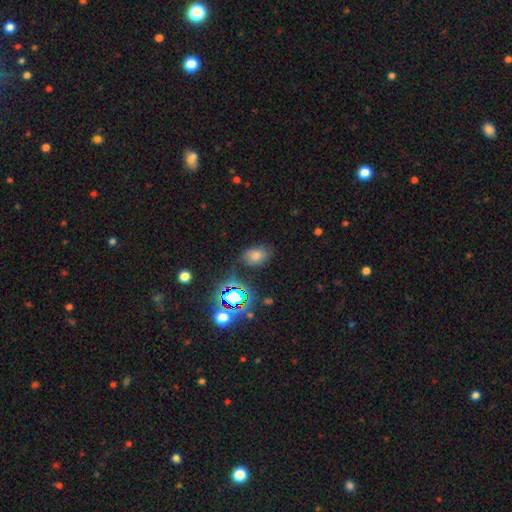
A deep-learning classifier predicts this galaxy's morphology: Overall: smooth (55%; star or artifact 32%). How rounded: in between (73%). Merging: none (78%).